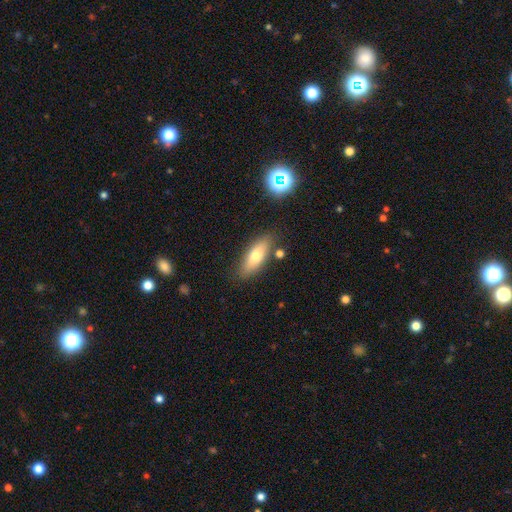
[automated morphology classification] The model was most divided on "how rounded": in between: 65%, cigar-shaped: 32%, round: 3%. More confident: merging — none (82%); smooth or featured — smooth (69%).